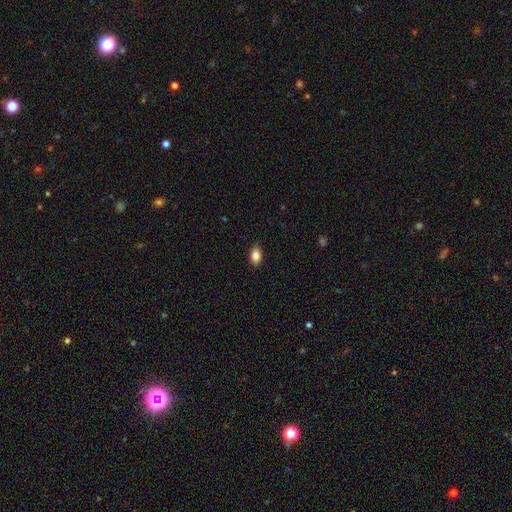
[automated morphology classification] smooth 85%, star or artifact 8%, featured or disk 7%. Down the decision tree: how rounded — in between (85%); merging — none (86%).